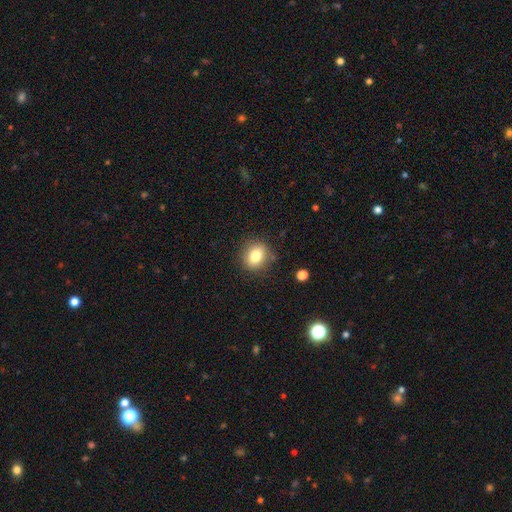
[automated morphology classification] Smooth or featured? Predicted: smooth (p=0.80). How rounded? Predicted: round (p=0.66). Merging? Predicted: none (p=0.85).